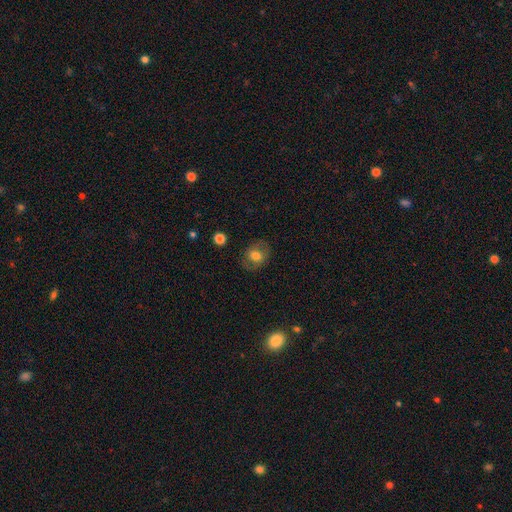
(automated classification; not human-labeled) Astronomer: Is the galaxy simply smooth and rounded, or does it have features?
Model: smooth — 64%.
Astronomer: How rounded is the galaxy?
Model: round — 58% (runner-up: in between, 41%).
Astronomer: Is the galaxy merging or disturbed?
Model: none — 79%.